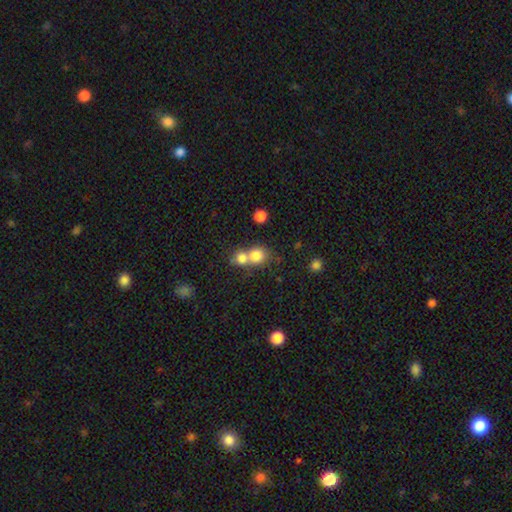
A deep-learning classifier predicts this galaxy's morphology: This appears to be a smooth galaxy with no disk features (79%) that is round (80%). Merging: merger (58%).